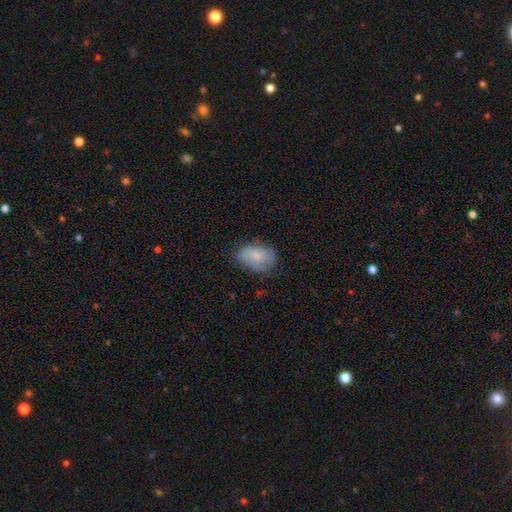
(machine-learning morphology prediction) A smooth galaxy with no disk features (75%) that is in between round and cigar-shaped (86%). Merging: none (63%).